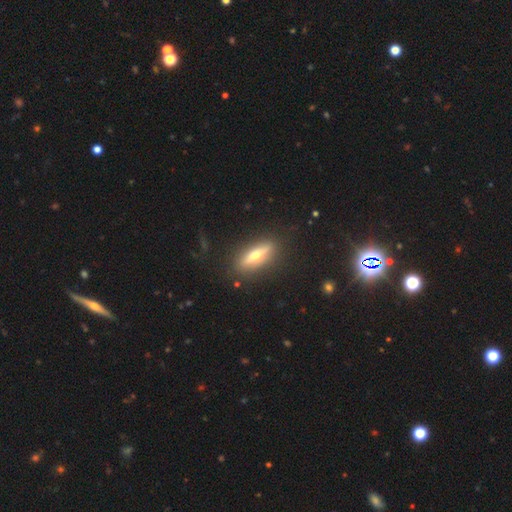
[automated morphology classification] This is possibly a featured or disk galaxy (52%). It is clearly viewed edge-on (83%). Merging: clearly none (86%).